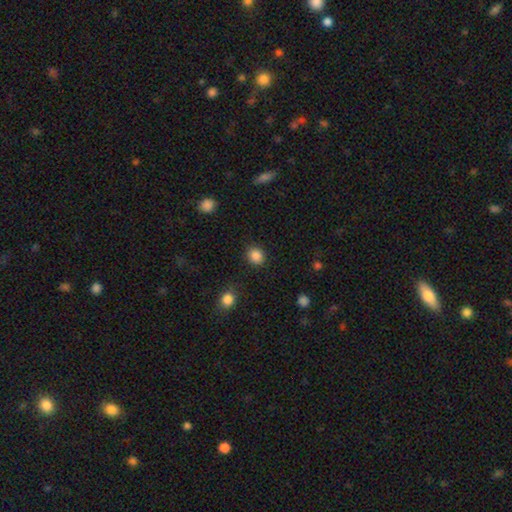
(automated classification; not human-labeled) A smooth galaxy with no disk features (87%) that is round (75%). Merging: none (87%).